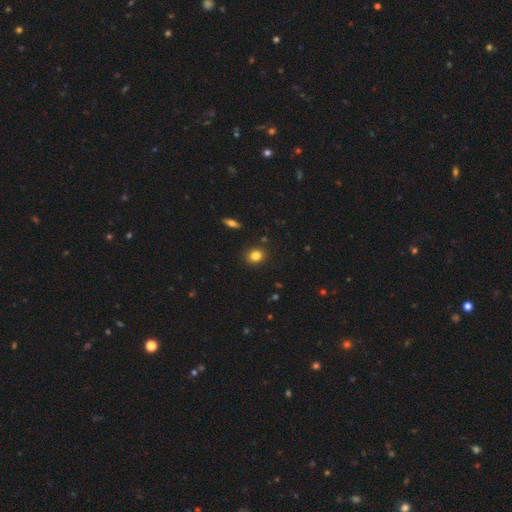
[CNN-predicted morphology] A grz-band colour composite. It shows a smooth galaxy with no disk features (82%) that is round (73%). Merging: none (89%).